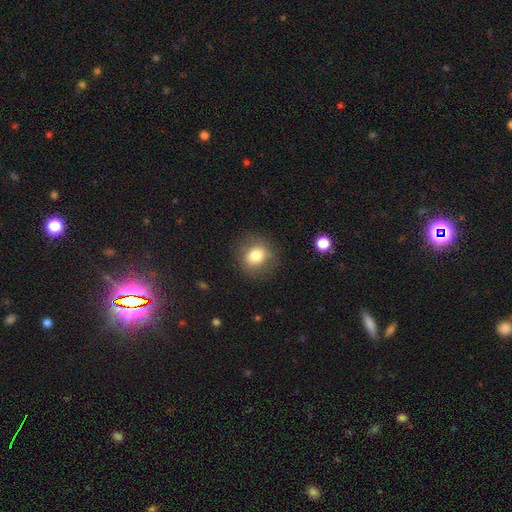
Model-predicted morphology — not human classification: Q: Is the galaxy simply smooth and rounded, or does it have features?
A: smooth — 77%.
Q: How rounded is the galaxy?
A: round — 70%.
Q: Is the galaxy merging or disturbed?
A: none — 81%.